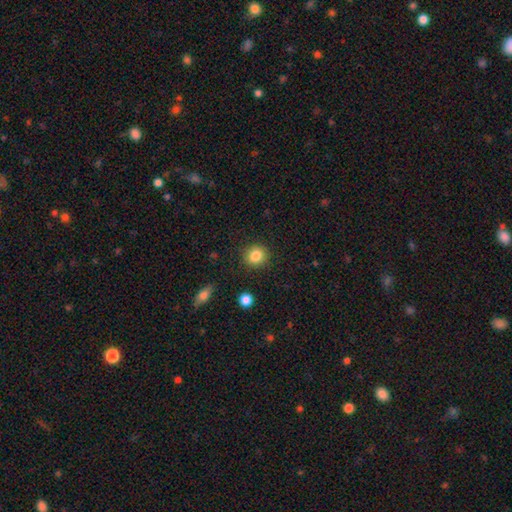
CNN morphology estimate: type=smooth (84%); roundness=round (84%); merging=none (88%).